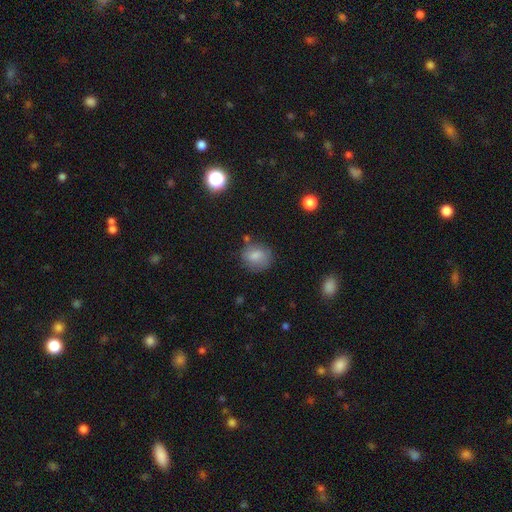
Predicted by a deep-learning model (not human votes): Smooth or featured: smooth — 79% (featured or disk — 12%)
How rounded: round — 67% (in between — 31%)
Merging: none — 68% (minor disturbance — 21%)